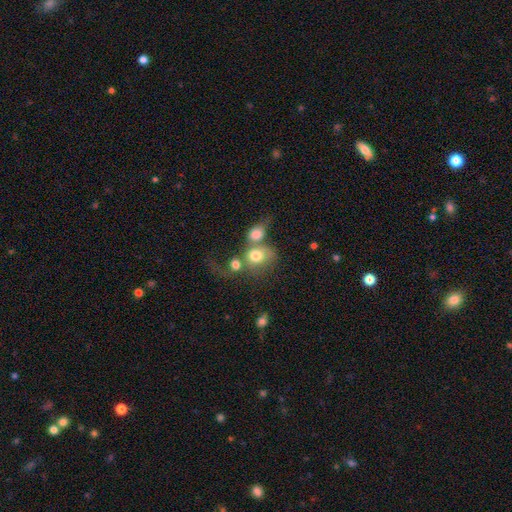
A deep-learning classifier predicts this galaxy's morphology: smooth 70%, featured or disk 19%, star or artifact 11%. Down the decision tree: how rounded — round (62%); merging — merger (58%).